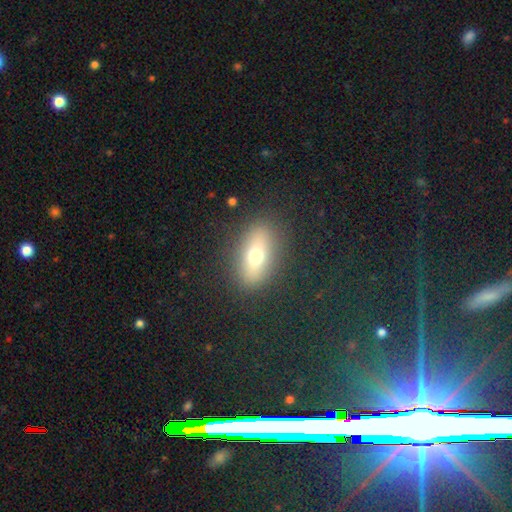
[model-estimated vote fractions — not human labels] Overall: smooth (65%). How rounded: in between (77%). Merging: none (86%).